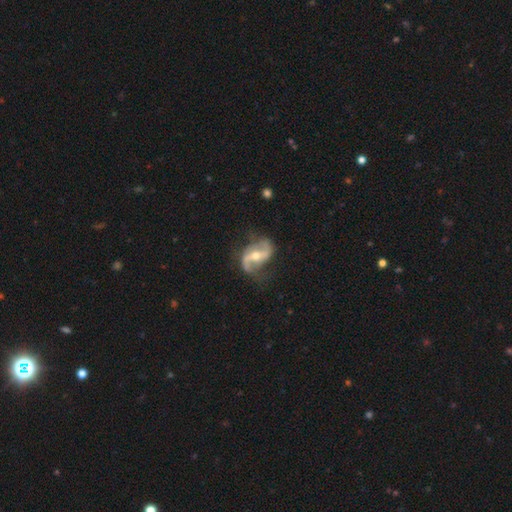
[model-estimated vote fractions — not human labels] Smooth or featured: featured or disk — 87% (smooth — 8%)
Edge-on disk: no — 97% (yes — 3%)
Bar: strong — 38% (weak — 37%)
Spiral arms: yes — 95% (no — 5%)
Spiral winding: loose — 67% (medium — 26%)
Spiral arm count: 2 — 90% (1 — 4%)
Bulge size: moderate — 63% (small — 32%)
Merging: none — 66% (minor disturbance — 21%)